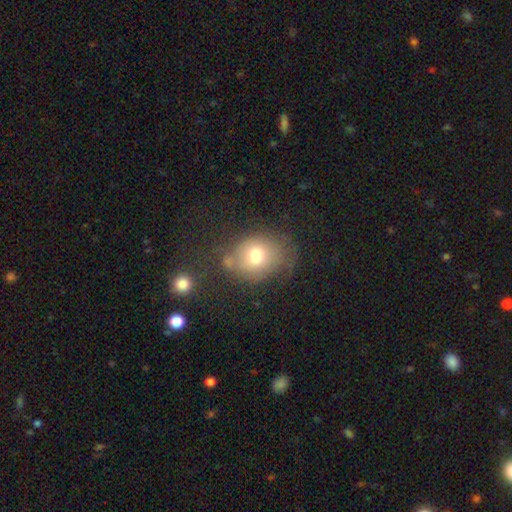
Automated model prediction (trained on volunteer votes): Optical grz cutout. It shows a smooth galaxy with no disk features (71%) that is round (53%). Merging: none (54%).